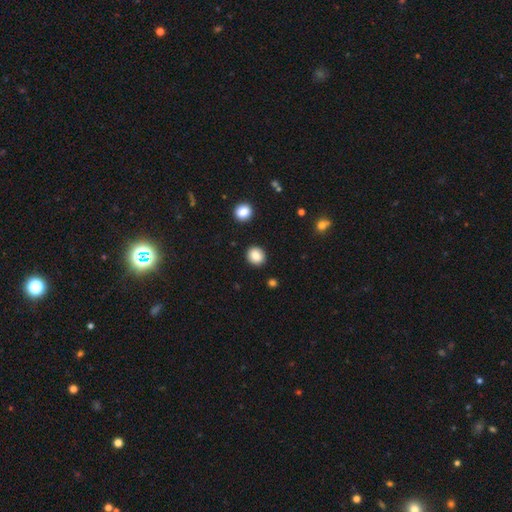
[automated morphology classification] type=smooth (85%); roundness=round (82%); merging=none (91%).